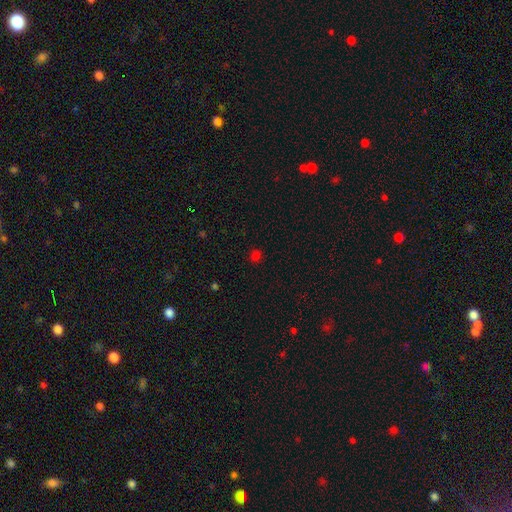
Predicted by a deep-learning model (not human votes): The model was most divided on "smooth or featured": smooth: 71%, star or artifact: 25%, featured or disk: 4%. More confident: merging — none (88%); how rounded — round (85%).